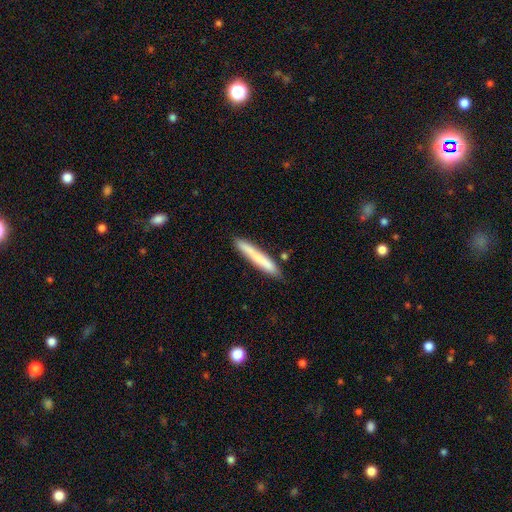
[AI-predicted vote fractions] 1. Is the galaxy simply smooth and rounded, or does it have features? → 74% smooth, 20% featured or disk, 5% star or artifact.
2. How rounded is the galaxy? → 95% cigar-shaped, 3% in between, 1% round.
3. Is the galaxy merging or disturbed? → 83% none, 12% minor disturbance, 3% merger, 2% major disturbance.